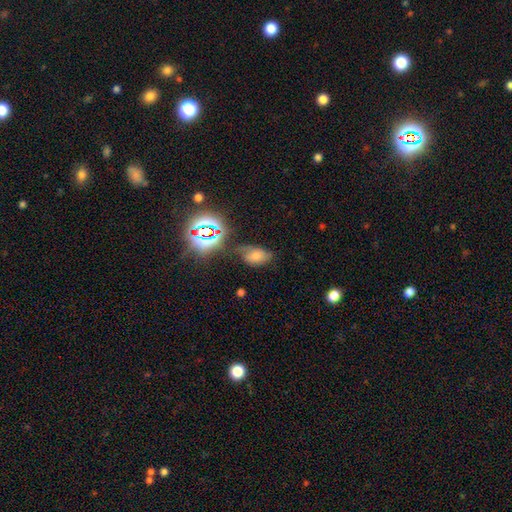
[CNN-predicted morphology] Smooth or featured: smooth — 43% (star or artifact — 37%)
Merging: none — 62% (minor disturbance — 24%)